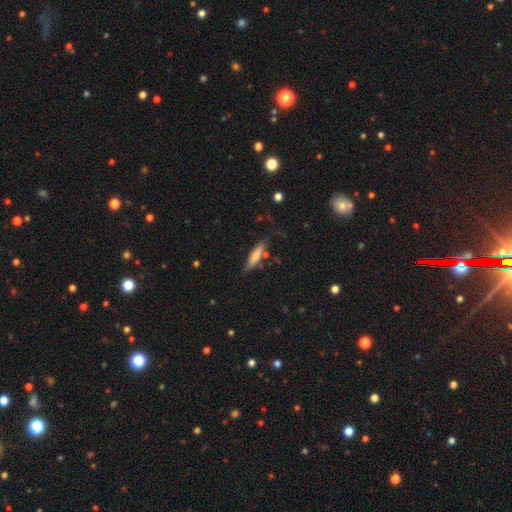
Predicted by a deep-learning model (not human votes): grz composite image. It shows a smooth galaxy with no disk features (61%) that is cigar-shaped (74%). Merging: none (69%).